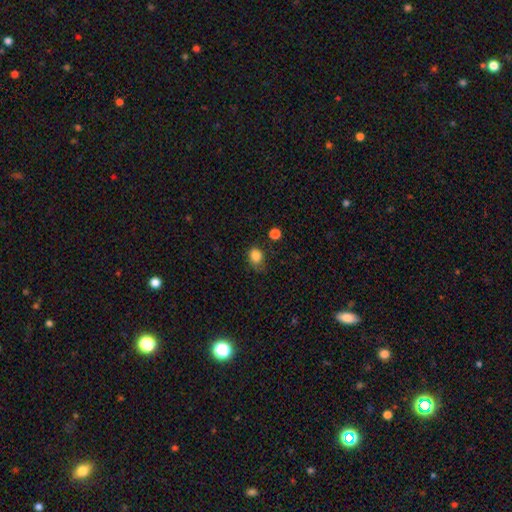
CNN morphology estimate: A smooth galaxy with no disk features (84%) that is round (50%).

Vote fractions:
- Smooth or featured? smooth: 84% / star or artifact: 11% / featured or disk: 5%
- How rounded? round: 50% / in between: 49% / cigar-shaped: 1%
- Merging? none: 59% / minor disturbance: 29% / major disturbance: 9% / merger: 3%